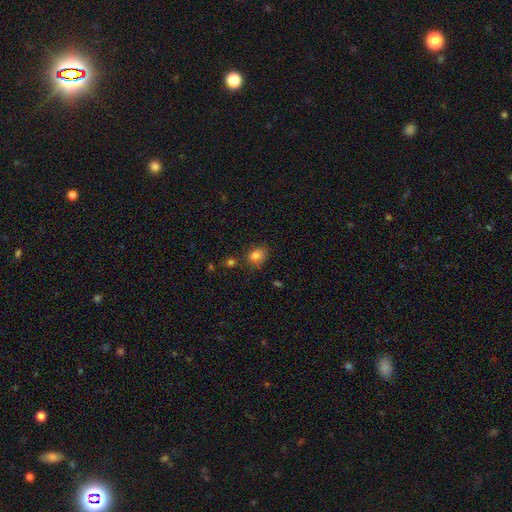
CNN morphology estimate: smooth 82%, star or artifact 12%, featured or disk 6%. Down the decision tree: how rounded — round (50%); merging — none (72%).